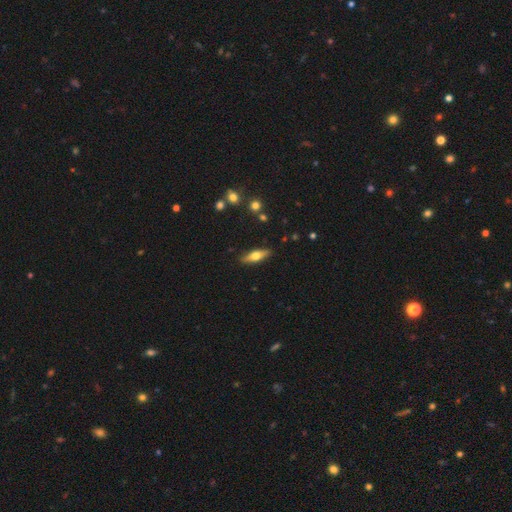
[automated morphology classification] Overall: smooth (53%; featured or disk 41%). How rounded: cigar-shaped (51%; in between 47%). Merging: none (88%).